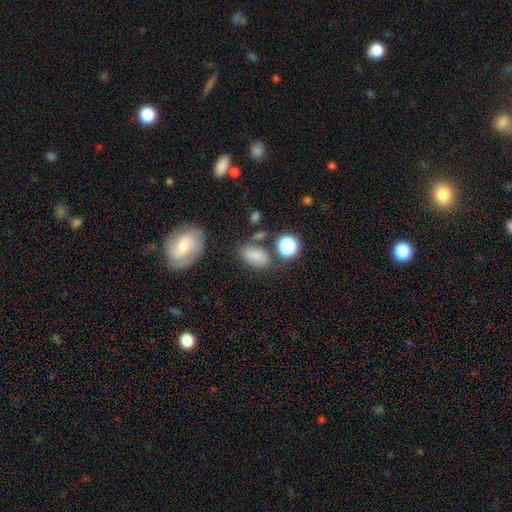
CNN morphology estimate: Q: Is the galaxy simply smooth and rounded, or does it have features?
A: smooth — 79%.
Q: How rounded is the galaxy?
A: in between — 87%.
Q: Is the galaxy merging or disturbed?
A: none — 67%.